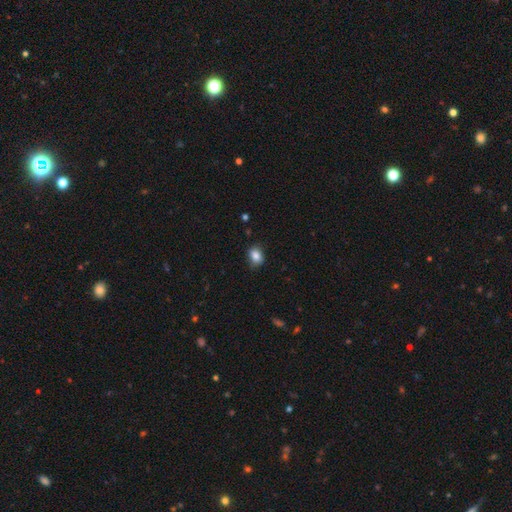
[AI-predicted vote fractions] smooth_or_featured: smooth (p=0.84) [alt: star or artifact p=0.09]
how_rounded: in between (p=0.63) [alt: round p=0.36]
merging: none (p=0.77) [alt: minor disturbance p=0.18]